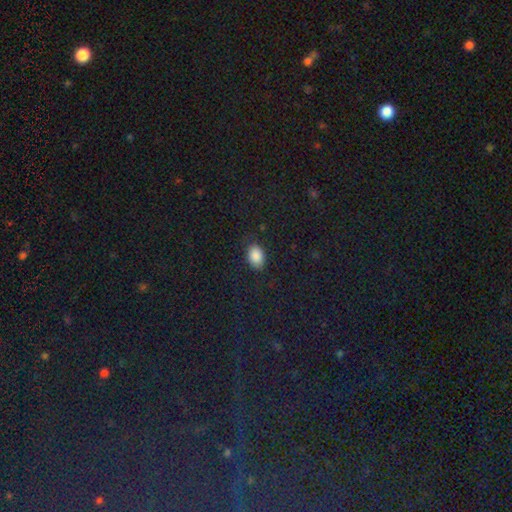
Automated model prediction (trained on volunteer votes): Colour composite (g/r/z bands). It shows a smooth galaxy with no disk features (87%) that is in between round and cigar-shaped (83%). Merging: none (84%).